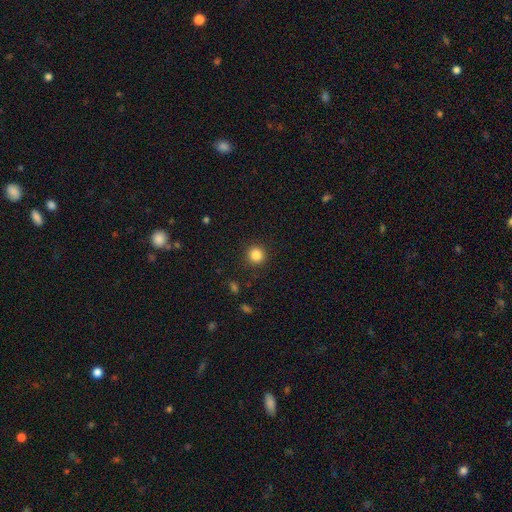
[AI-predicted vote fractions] Q: Smooth or featured?
A: smooth (85%); runner-up: star or artifact (11%)
Q: How rounded?
A: round (94%); runner-up: in between (5%)
Q: Merging?
A: none (91%); runner-up: minor disturbance (6%)